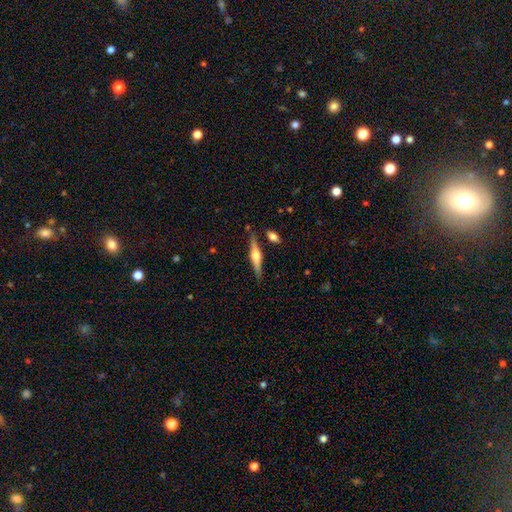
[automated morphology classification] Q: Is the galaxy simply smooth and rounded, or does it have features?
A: featured or disk — 69%.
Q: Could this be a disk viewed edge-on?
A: yes — 97%.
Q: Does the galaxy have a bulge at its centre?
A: rounded — 92%.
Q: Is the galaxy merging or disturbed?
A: none — 83%.